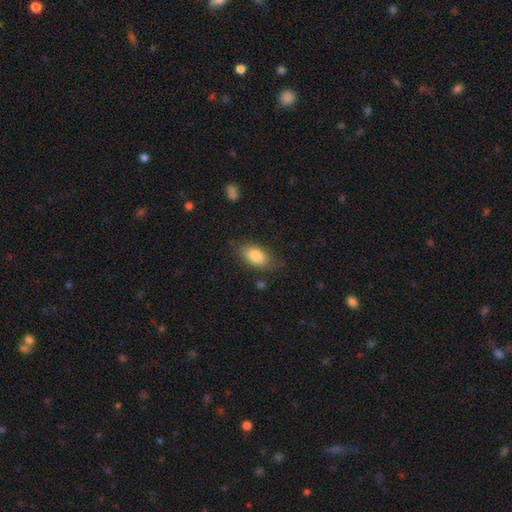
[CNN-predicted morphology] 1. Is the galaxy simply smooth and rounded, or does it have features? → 83% smooth, 10% featured or disk, 7% star or artifact.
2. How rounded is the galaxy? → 90% in between, 6% round, 4% cigar-shaped.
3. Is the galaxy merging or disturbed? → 77% none, 16% minor disturbance, 4% major disturbance, 2% merger.